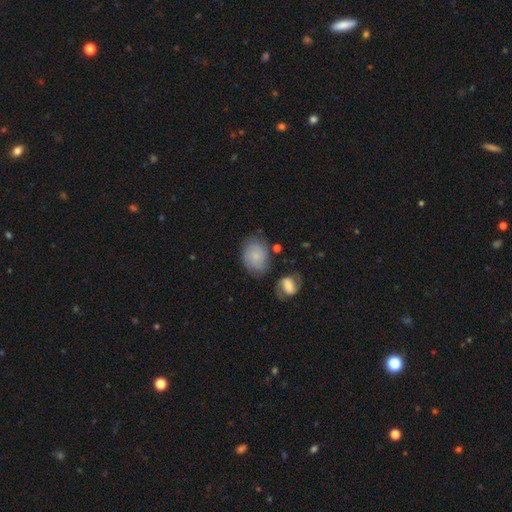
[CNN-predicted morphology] Q: Smooth or featured?
A: smooth (53%); runner-up: featured or disk (39%)
Q: How rounded?
A: in between (60%); runner-up: round (39%)
Q: Merging?
A: none (66%); runner-up: minor disturbance (21%)